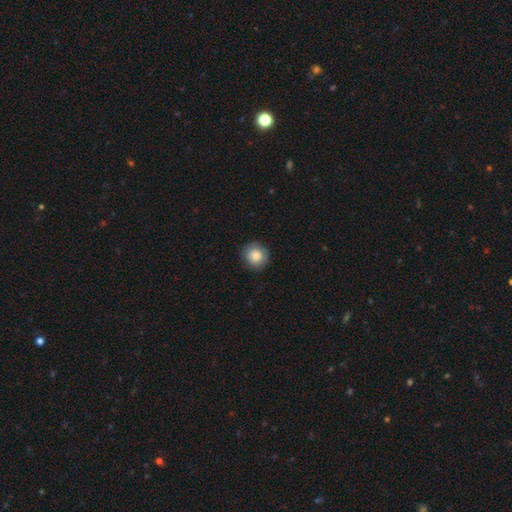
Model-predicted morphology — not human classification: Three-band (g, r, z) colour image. It shows a smooth galaxy with no disk features (84%) that is round (90%). Merging: none (86%).